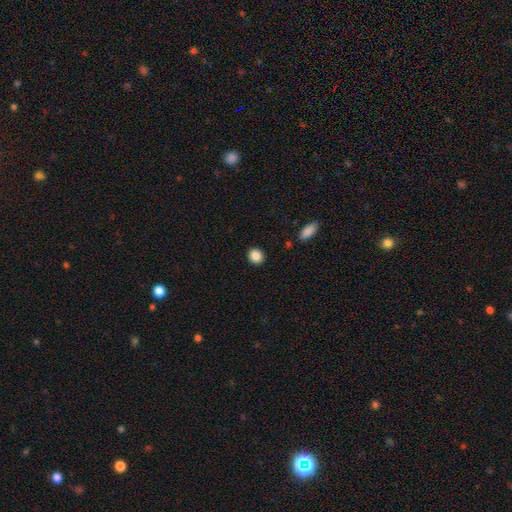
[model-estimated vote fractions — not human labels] This is clearly a smooth galaxy (87%). How rounded: clearly round (82%). Merging: clearly none (91%).